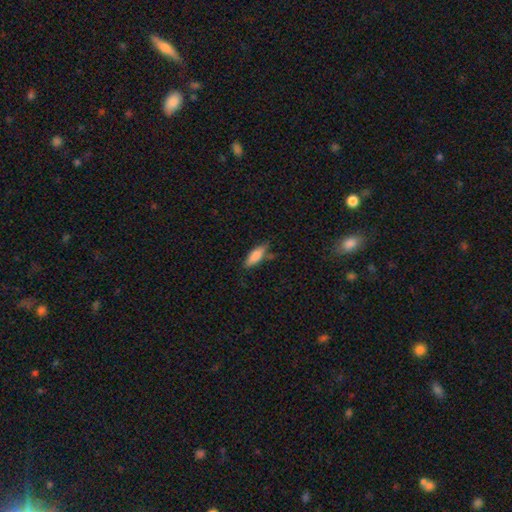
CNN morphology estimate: The model was most divided on "how rounded": in between: 61%, cigar-shaped: 37%, round: 2%. More confident: smooth or featured — smooth (79%); merging — none (70%).